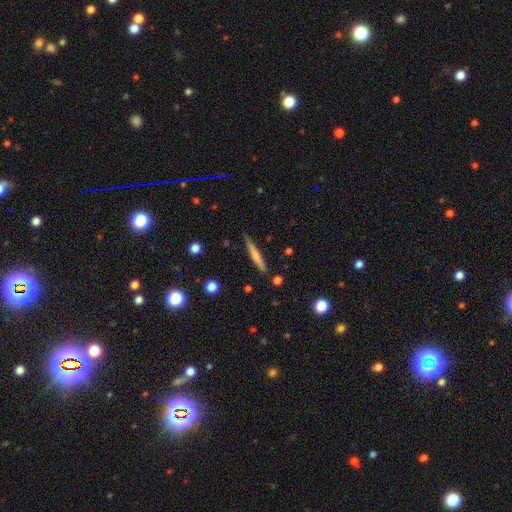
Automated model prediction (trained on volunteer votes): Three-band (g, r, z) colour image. It shows a smooth galaxy with no disk features (57%) that is cigar-shaped (95%). Merging: none (82%).